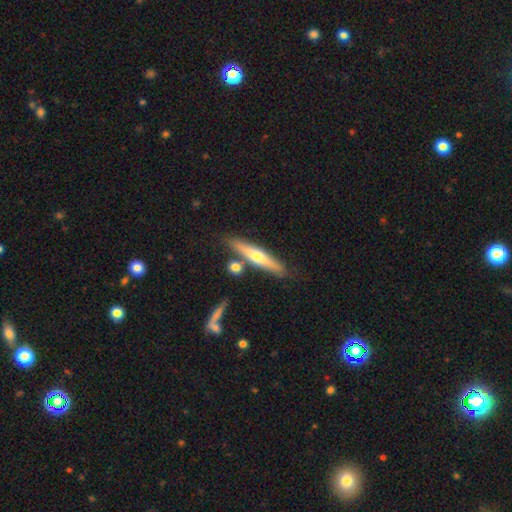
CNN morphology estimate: Smooth or featured?
  - featured or disk: 52% *
  - smooth: 41%
  - star or artifact: 6%
Edge-on disk?
  - yes: 92% *
  - no: 8%
Merging?
  - none: 79% *
  - minor disturbance: 11%
  - merger: 8%
  - major disturbance: 3%